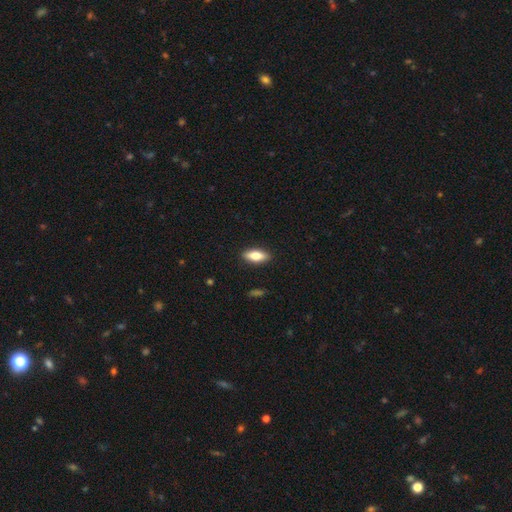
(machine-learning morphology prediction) Overall: smooth (73%). How rounded: in between (76%). Merging: none (90%).